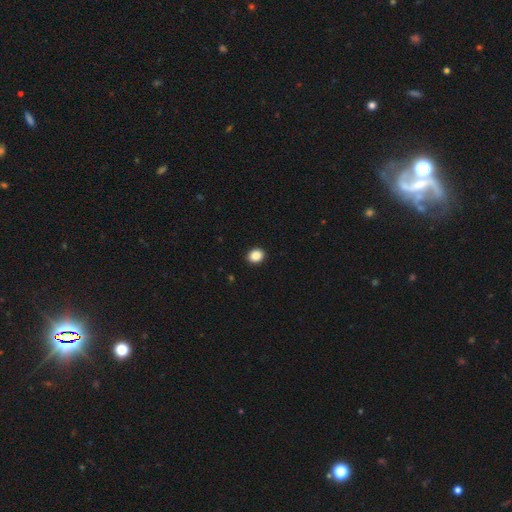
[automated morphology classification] smooth_or_featured: smooth (p=0.88) [alt: star or artifact p=0.09]
how_rounded: round (p=0.63) [alt: in between p=0.36]
merging: none (p=0.92) [alt: minor disturbance p=0.06]